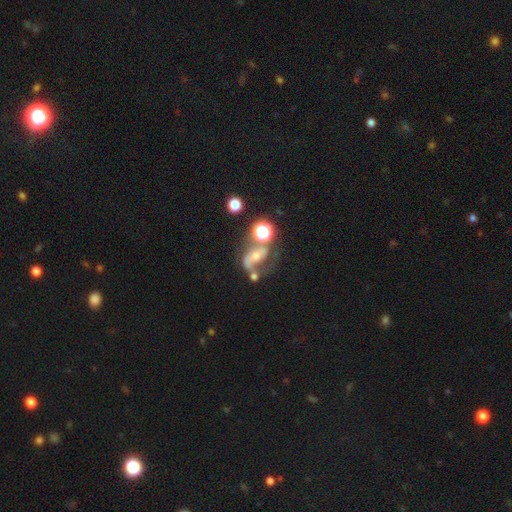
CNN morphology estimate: The model was most divided on "merging": none: 33%, merger: 26%, major disturbance: 25%, minor disturbance: 17%. Remaining: edge-on disk — no (96%); spiral arms — yes (74%); smooth or featured — featured or disk (62%); bulge size — moderate (51%); bar — no (48%).